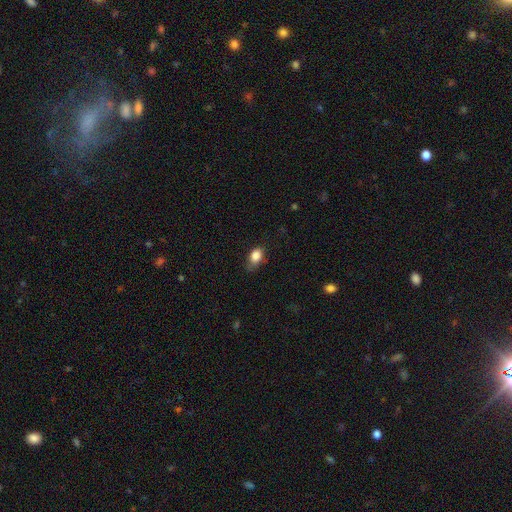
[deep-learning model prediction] Q: Smooth or featured?
A: smooth (86%); runner-up: star or artifact (8%)
Q: How rounded?
A: in between (80%); runner-up: round (18%)
Q: Merging?
A: none (59%); runner-up: minor disturbance (32%)